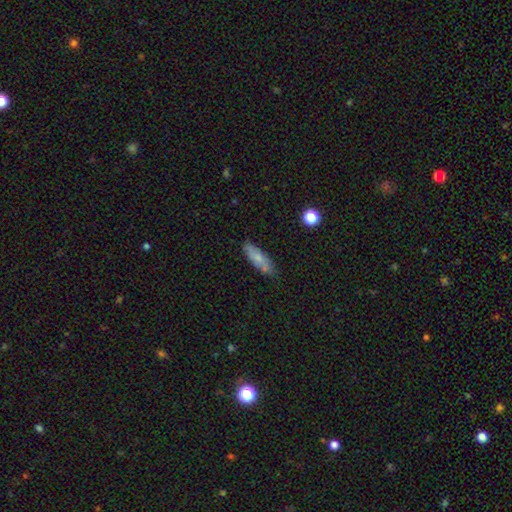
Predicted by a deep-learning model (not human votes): smooth 63%, featured or disk 26%, star or artifact 11%. Down the decision tree: how rounded — cigar-shaped (59%); merging — none (83%).